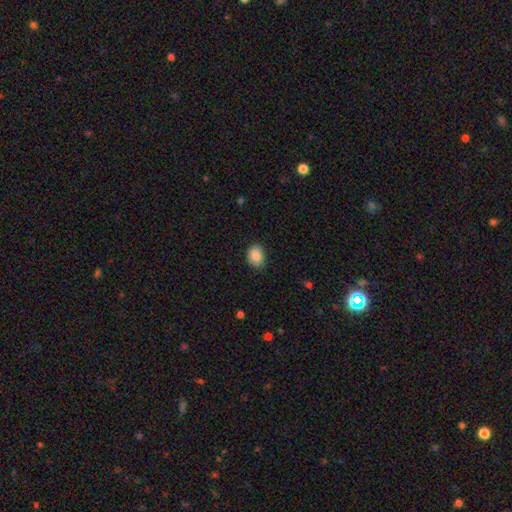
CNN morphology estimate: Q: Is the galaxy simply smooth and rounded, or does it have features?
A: smooth — 87%.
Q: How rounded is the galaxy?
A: in between — 63%.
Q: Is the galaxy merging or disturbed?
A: none — 78%.